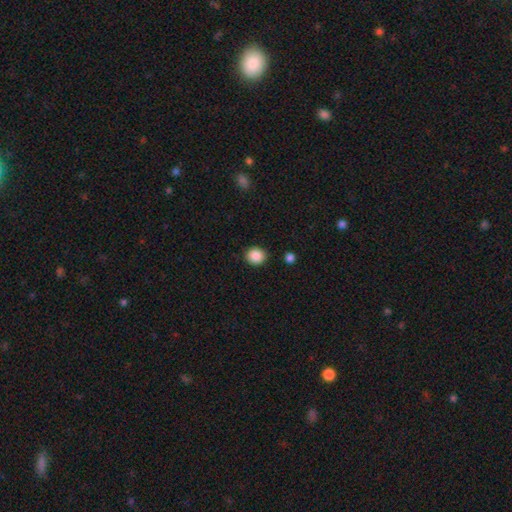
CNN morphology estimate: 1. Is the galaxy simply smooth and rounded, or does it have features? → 88% smooth, 9% star or artifact, 3% featured or disk.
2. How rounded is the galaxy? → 81% round, 19% in between, 1% cigar-shaped.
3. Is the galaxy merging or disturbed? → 89% none, 7% minor disturbance, 2% major disturbance, 2% merger.